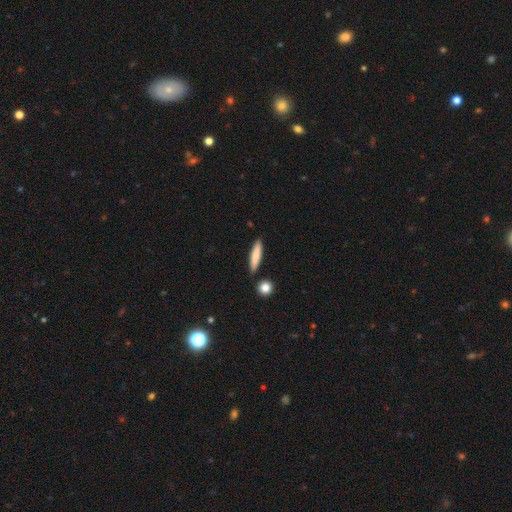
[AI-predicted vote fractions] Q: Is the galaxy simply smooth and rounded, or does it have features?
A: smooth — 82%.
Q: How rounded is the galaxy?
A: cigar-shaped — 83%.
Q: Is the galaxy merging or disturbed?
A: none — 87%.